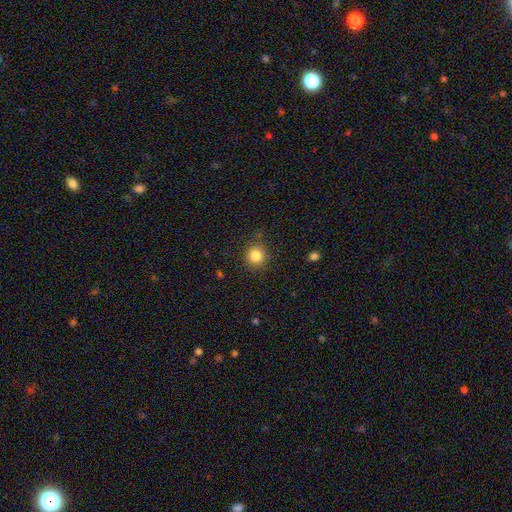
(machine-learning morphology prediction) This is clearly a smooth galaxy (83%). How rounded: clearly round (92%). Merging: clearly none (87%).